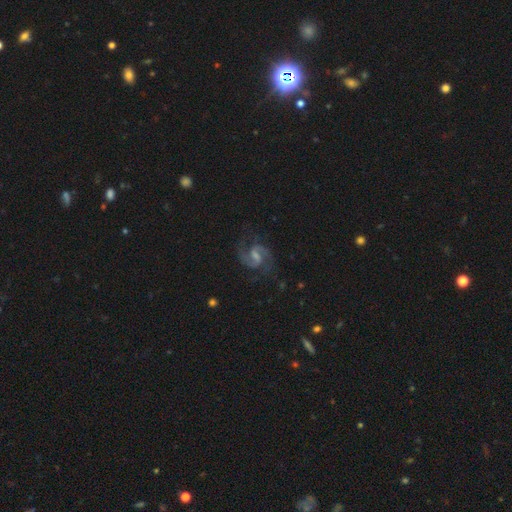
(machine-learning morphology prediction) Smooth or featured? featured or disk (91%)
Edge-on disk? no (98%)
Bar? weak (60%)
Spiral arms? yes (98%)
Spiral winding? medium (64%)
Spiral arm count? 2 (94%)
Bulge size? small (38%)
Merging? none (76%)